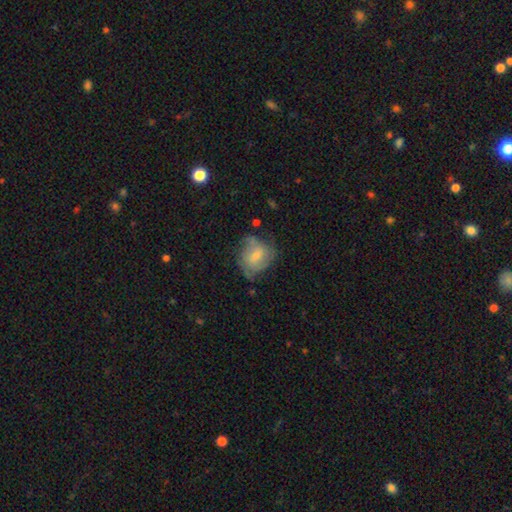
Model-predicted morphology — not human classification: Smooth or featured? featured or disk (50%)
Merging? none (48%)